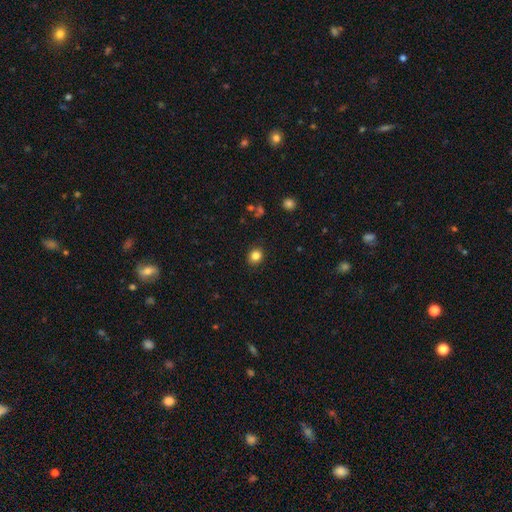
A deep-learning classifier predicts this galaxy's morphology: This is clearly a smooth galaxy (83%). How rounded: likely round (72%). Merging: clearly none (89%).